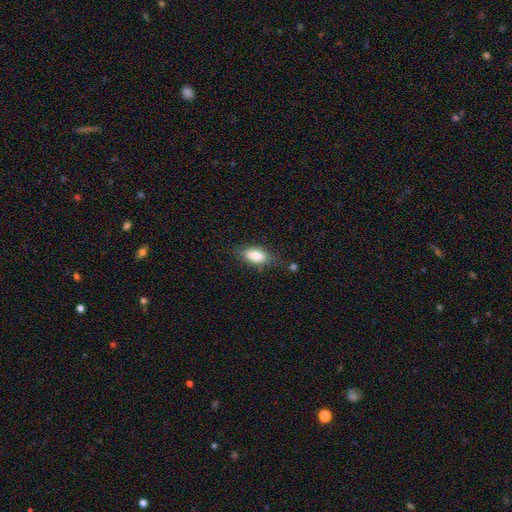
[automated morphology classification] A smooth galaxy with no disk features (79%) that is in between round and cigar-shaped (82%).

Vote fractions:
- Smooth or featured? smooth: 79% / featured or disk: 14% / star or artifact: 8%
- How rounded? in between: 82% / cigar-shaped: 15% / round: 4%
- Merging? none: 73% / minor disturbance: 19% / major disturbance: 5% / merger: 3%